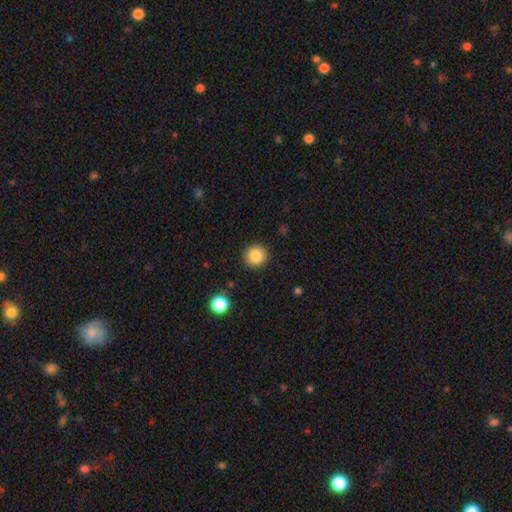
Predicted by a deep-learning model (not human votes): This is clearly a smooth galaxy (84%). How rounded: clearly round (93%). Merging: clearly none (91%).